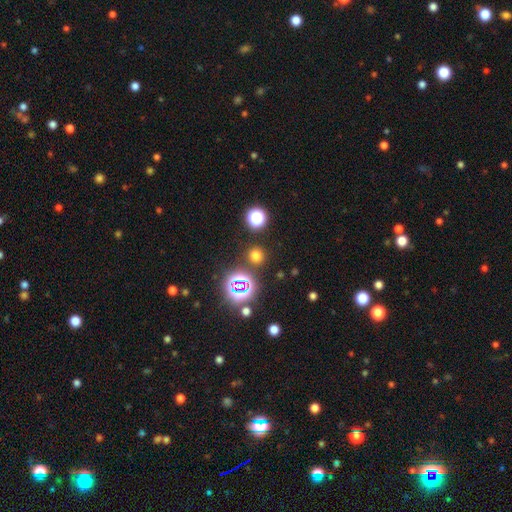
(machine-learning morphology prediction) smooth_or_featured: smooth (p=0.66) [alt: star or artifact p=0.28]
how_rounded: round (p=0.92) [alt: in between p=0.07]
merging: none (p=0.87) [alt: minor disturbance p=0.06]